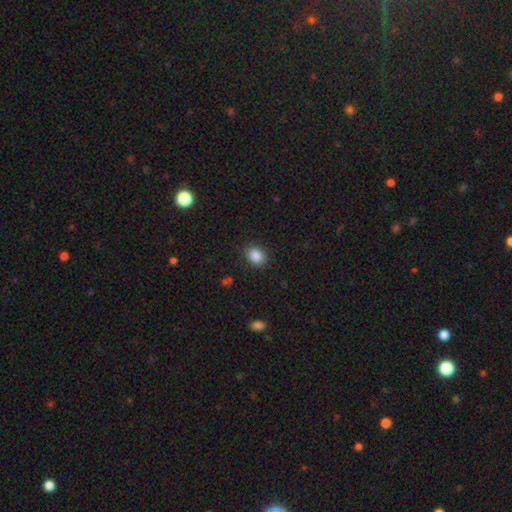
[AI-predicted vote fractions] The model was most divided on "how rounded": in between: 63%, round: 36%, cigar-shaped: 1%. More confident: smooth or featured — smooth (87%); merging — none (85%).